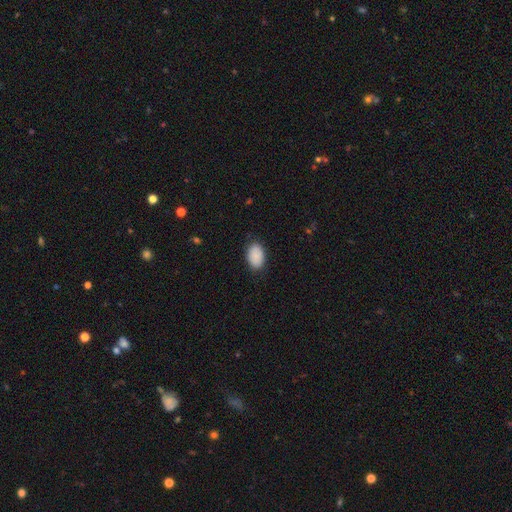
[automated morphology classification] Smooth or featured? smooth (88%)
How rounded? in between (90%)
Merging? none (84%)